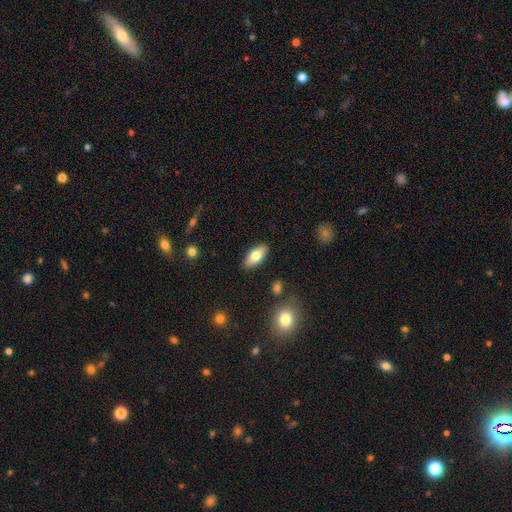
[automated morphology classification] Smooth or featured? Predicted: smooth (p=0.74). How rounded? Predicted: in between (p=0.84). Merging? Predicted: none (p=0.87).